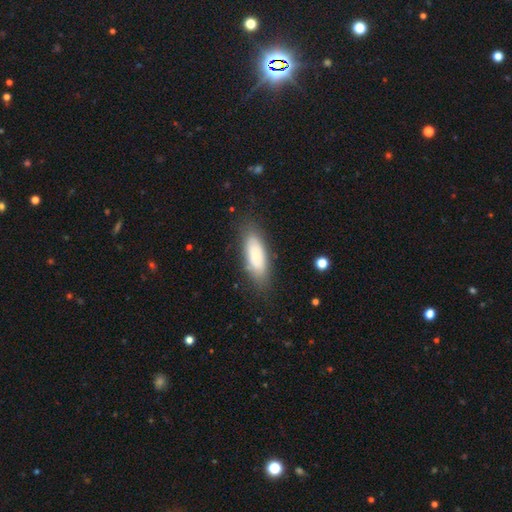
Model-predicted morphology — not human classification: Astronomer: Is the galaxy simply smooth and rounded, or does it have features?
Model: smooth — 77%.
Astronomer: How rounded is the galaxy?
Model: in between — 72%.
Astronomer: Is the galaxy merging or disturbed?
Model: none — 78%.